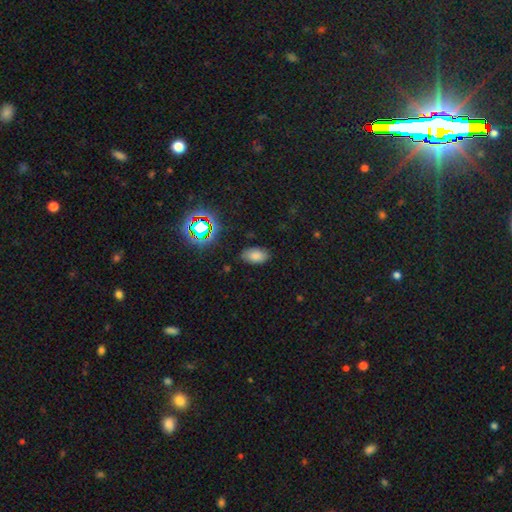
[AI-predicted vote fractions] Q: Smooth or featured?
A: smooth (76%); runner-up: star or artifact (16%)
Q: How rounded?
A: in between (92%); runner-up: round (7%)
Q: Merging?
A: none (81%); runner-up: minor disturbance (14%)